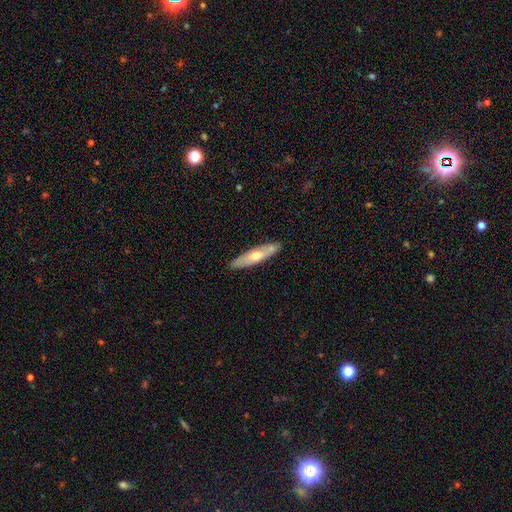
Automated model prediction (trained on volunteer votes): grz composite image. It shows a featured or disk galaxy (49%). Merging: none (85%).